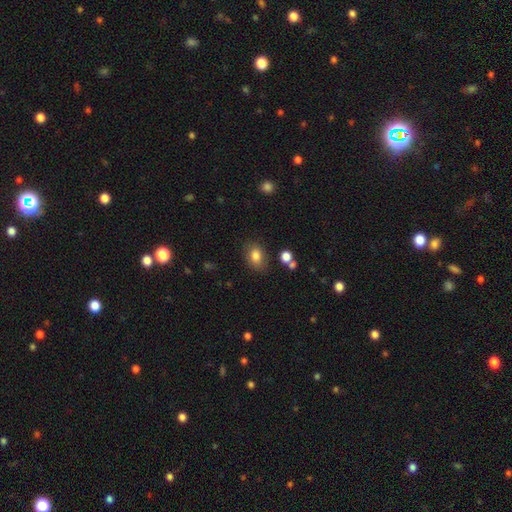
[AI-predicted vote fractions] A smooth galaxy with no disk features (82%) that is in between round and cigar-shaped (77%).

Vote fractions:
- Smooth or featured? smooth: 82% / star or artifact: 9% / featured or disk: 9%
- How rounded? in between: 77% / round: 22% / cigar-shaped: 1%
- Merging? none: 77% / minor disturbance: 15% / major disturbance: 4% / merger: 4%